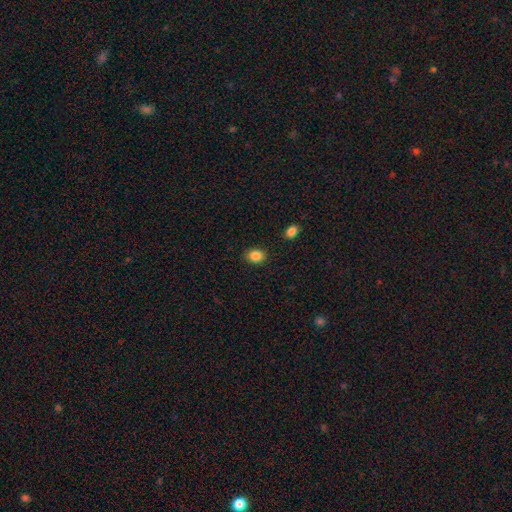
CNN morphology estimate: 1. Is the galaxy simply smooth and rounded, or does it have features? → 86% smooth, 9% star or artifact, 4% featured or disk.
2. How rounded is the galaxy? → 54% in between, 45% round, 1% cigar-shaped.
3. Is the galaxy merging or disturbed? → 89% none, 8% minor disturbance, 2% major disturbance, 2% merger.